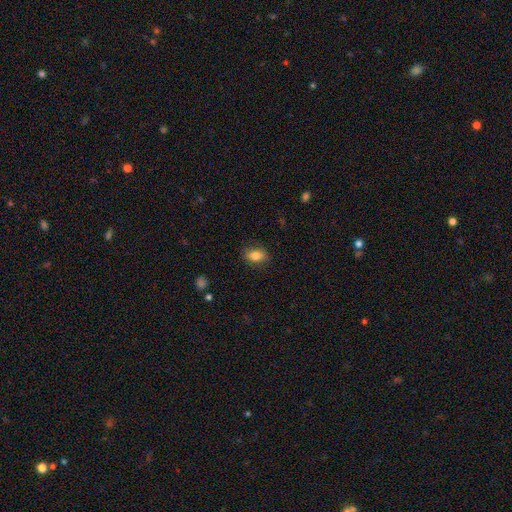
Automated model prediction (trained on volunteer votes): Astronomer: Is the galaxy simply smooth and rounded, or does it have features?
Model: smooth — 82%.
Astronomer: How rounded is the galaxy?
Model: in between — 82%.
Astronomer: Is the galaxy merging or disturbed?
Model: none — 84%.